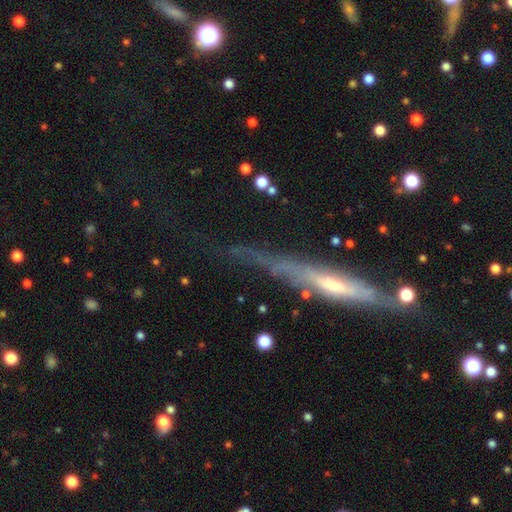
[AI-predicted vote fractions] A featured or disk galaxy (70%) viewed edge-on (84%) with a rounded central bulge (48%). Merging: none (57%).